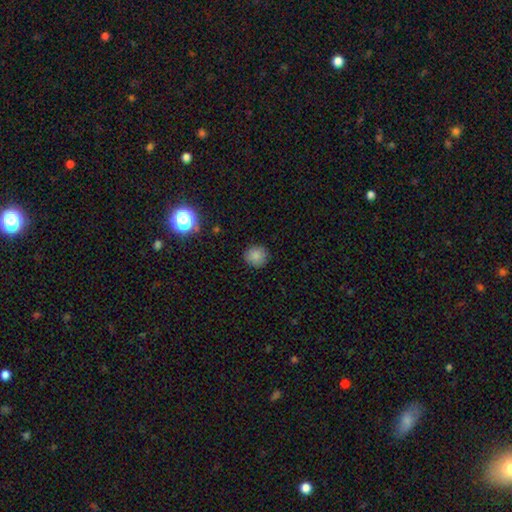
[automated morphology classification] Smooth or featured?
  - smooth: 84% *
  - star or artifact: 11%
  - featured or disk: 5%
How rounded?
  - round: 90% *
  - in between: 9%
  - cigar-shaped: 1%
Merging?
  - none: 90% *
  - minor disturbance: 7%
  - major disturbance: 2%
  - merger: 1%